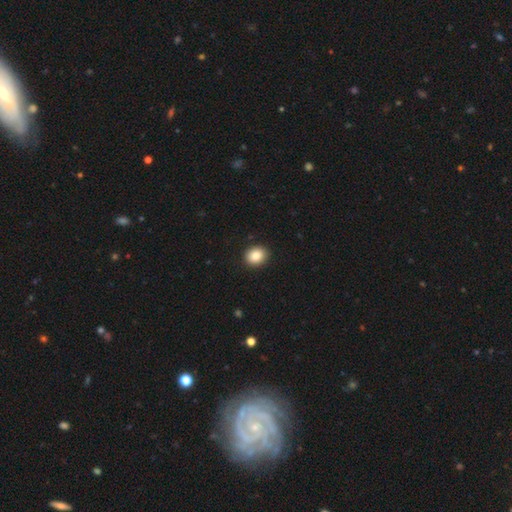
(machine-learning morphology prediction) A smooth galaxy with no disk features (86%) that is round (61%).

Vote fractions:
- Smooth or featured? smooth: 86% / star or artifact: 9% / featured or disk: 5%
- How rounded? round: 61% / in between: 38% / cigar-shaped: 1%
- Merging? none: 91% / minor disturbance: 6% / major disturbance: 2% / merger: 1%